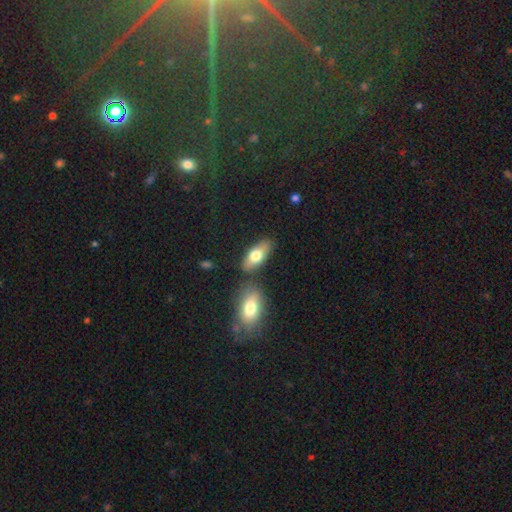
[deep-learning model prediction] smooth_or_featured: smooth (p=0.71) [alt: featured or disk p=0.23]
how_rounded: in between (p=0.83) [alt: cigar-shaped p=0.13]
merging: none (p=0.73) [alt: merger p=0.13]